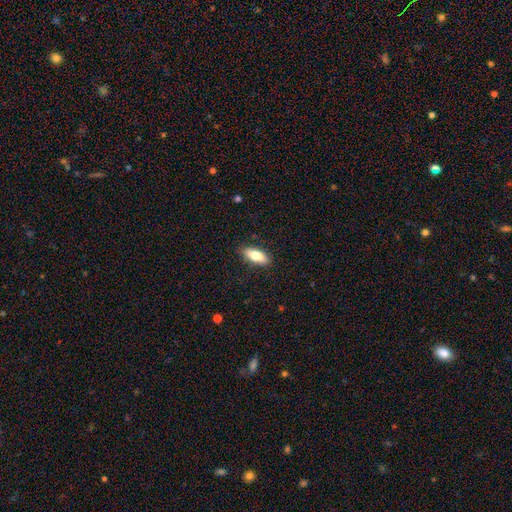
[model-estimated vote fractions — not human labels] A smooth galaxy with no disk features (76%) that is in between round and cigar-shaped (77%). Merging: none (87%).